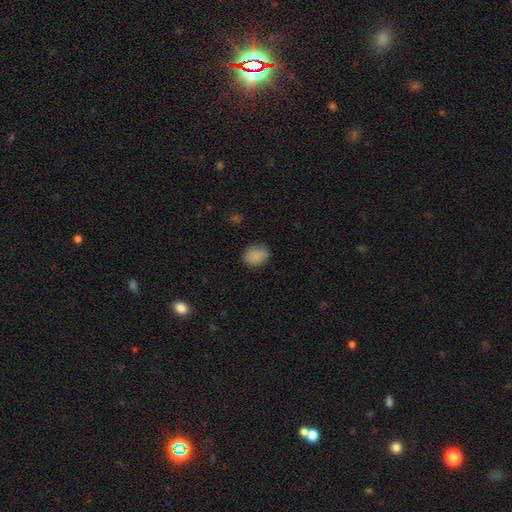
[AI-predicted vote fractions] The model was most divided on "how rounded": in between: 52%, round: 47%, cigar-shaped: 1%. More confident: smooth or featured — smooth (86%); merging — none (82%).